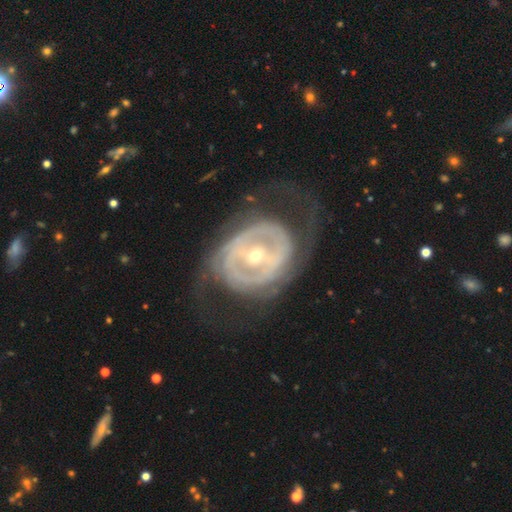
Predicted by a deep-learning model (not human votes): This is clearly a featured or disk galaxy (83%). It is clearly not viewed edge-on (95%). Bar: marginally strong (42%). Spiral arm pattern: likely yes (64%). Spiral arm count: possibly 2 (54%). Spiral winding: possibly tight (49%). Central bulge: likely small (64%). Merging: possibly none (54%).